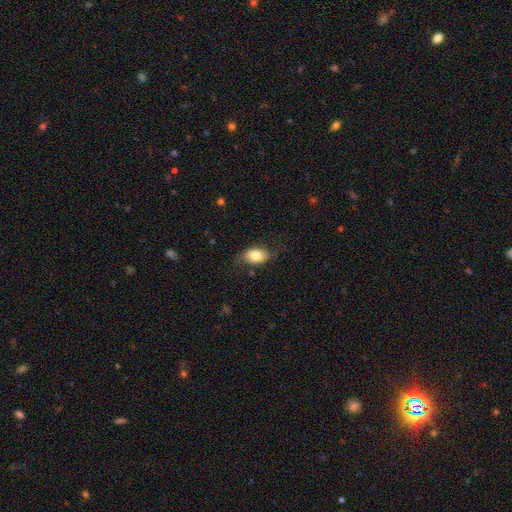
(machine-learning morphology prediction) smooth_or_featured: smooth (p=0.75) [alt: featured or disk p=0.18]
how_rounded: in between (p=0.86) [alt: round p=0.12]
merging: none (p=0.69) [alt: minor disturbance p=0.22]